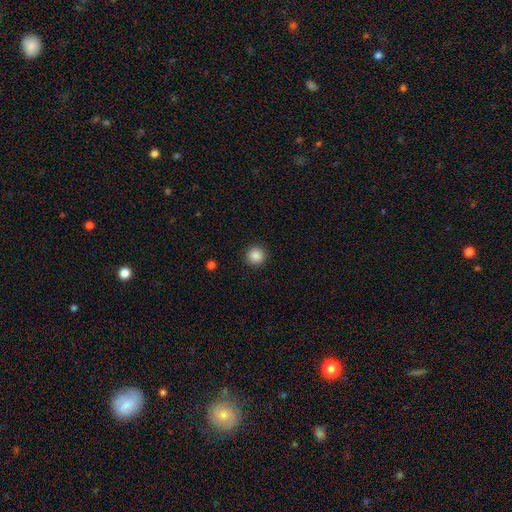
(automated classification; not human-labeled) Smooth or featured?
  - smooth: 87% *
  - star or artifact: 10%
  - featured or disk: 3%
How rounded?
  - round: 95% *
  - in between: 4%
  - cigar-shaped: 1%
Merging?
  - none: 92% *
  - minor disturbance: 5%
  - major disturbance: 2%
  - merger: 1%